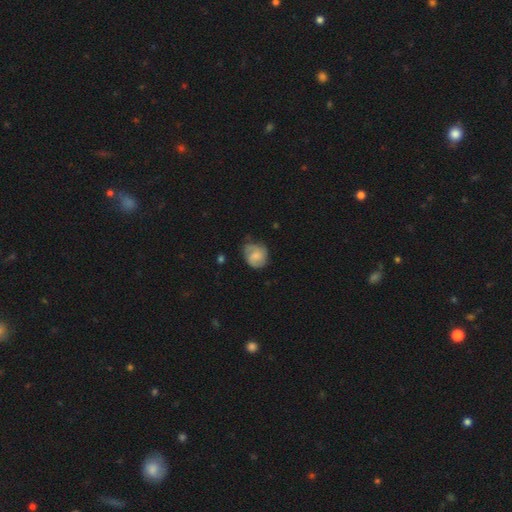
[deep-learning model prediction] Smooth or featured: featured or disk — 49% (smooth — 44%)
Merging: none — 56% (minor disturbance — 31%)